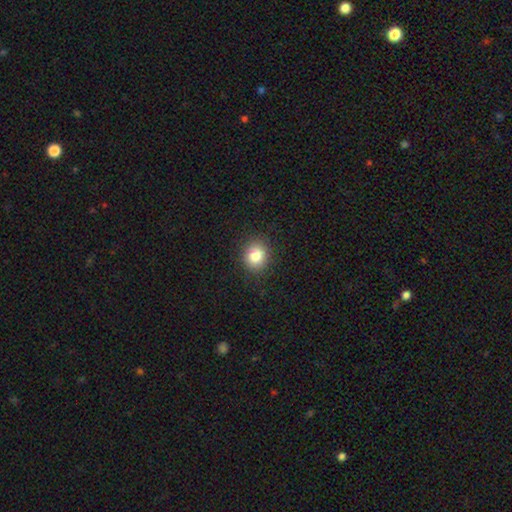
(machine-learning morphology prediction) The model was most divided on "how rounded": round: 78%, in between: 21%, cigar-shaped: 1%. More confident: merging — none (89%); smooth or featured — smooth (83%).